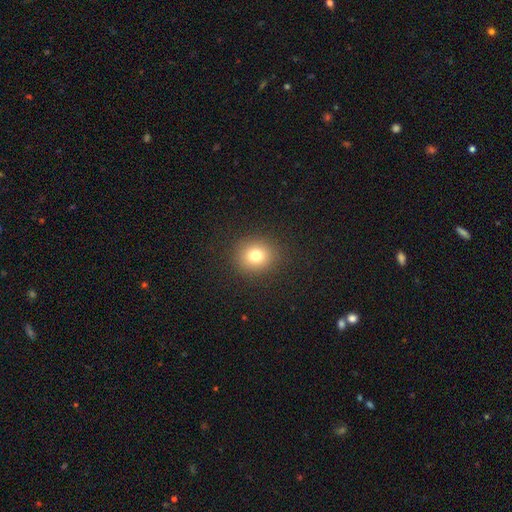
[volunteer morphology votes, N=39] A smooth galaxy with no disk features (77%) that is round (90%). Merging: none (89%).